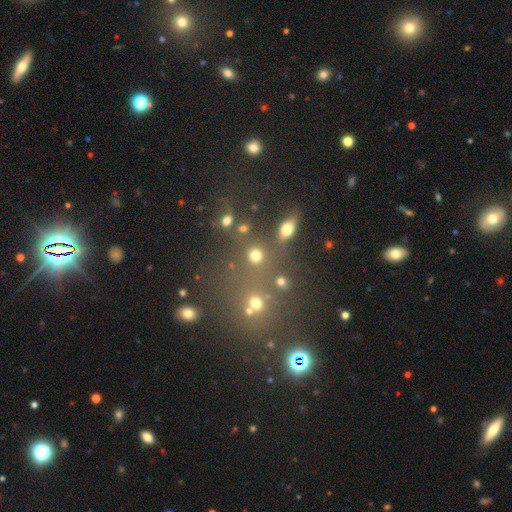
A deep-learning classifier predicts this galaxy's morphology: This is likely a smooth galaxy (74%). How rounded: clearly round (83%). Merging: likely none (67%).